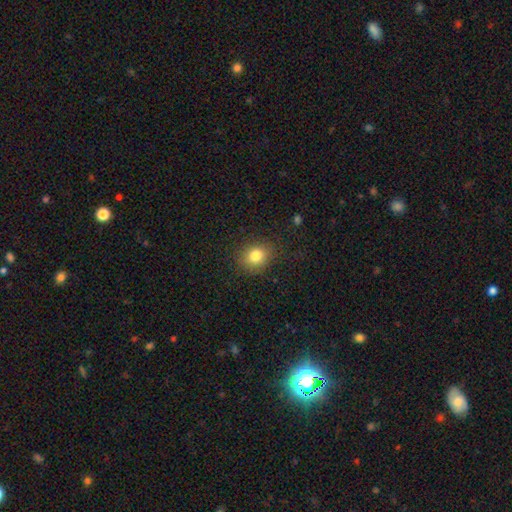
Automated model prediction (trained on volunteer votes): Smooth or featured? Predicted: smooth (p=0.81). How rounded? Predicted: round (p=0.61). Merging? Predicted: none (p=0.84).